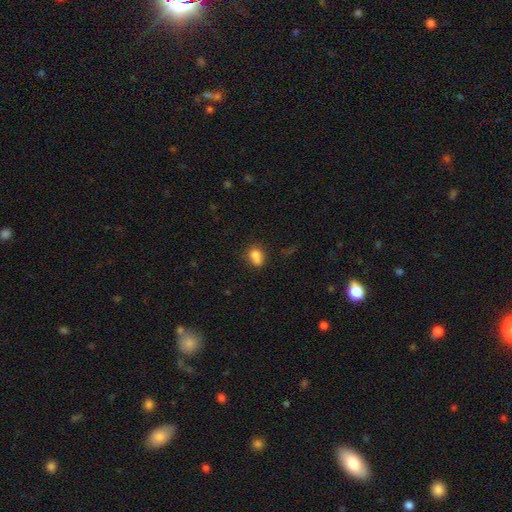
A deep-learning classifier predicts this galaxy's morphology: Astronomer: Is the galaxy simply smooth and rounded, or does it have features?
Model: smooth — 76%.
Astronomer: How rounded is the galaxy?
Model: in between — 54% (runner-up: round, 44%).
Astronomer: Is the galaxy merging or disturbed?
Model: none — 39% (runner-up: merger, 32%).